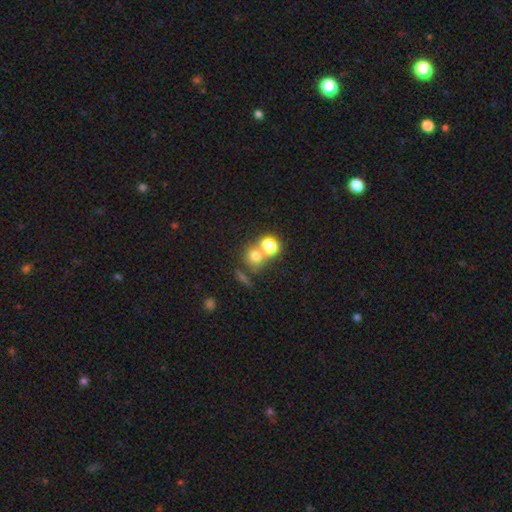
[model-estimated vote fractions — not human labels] smooth_or_featured: smooth (p=0.72) [alt: star or artifact p=0.16]
how_rounded: round (p=0.79) [alt: in between p=0.20]
merging: merger (p=0.47) [alt: none p=0.42]